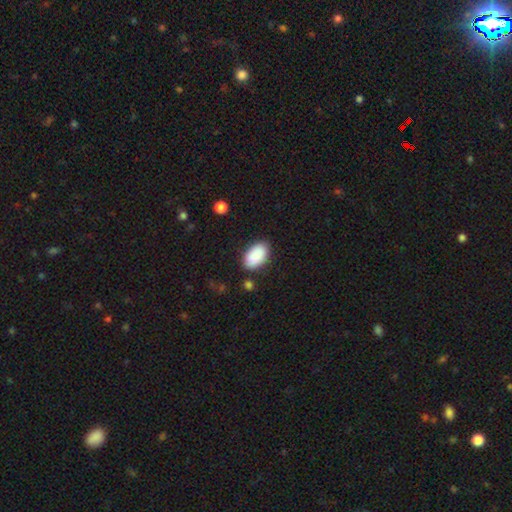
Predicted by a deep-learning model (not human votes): This is clearly a smooth galaxy (90%). How rounded: clearly in between (94%). Merging: clearly none (82%).